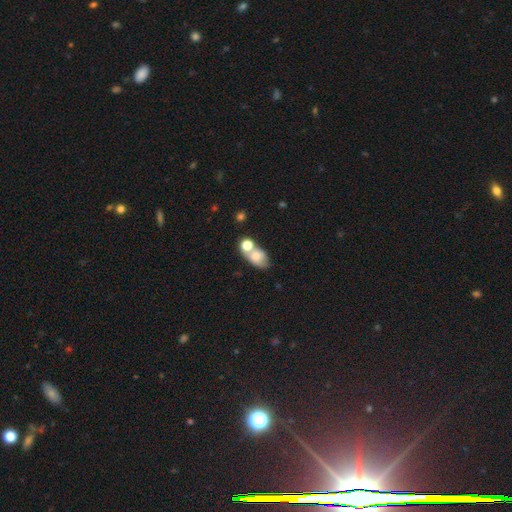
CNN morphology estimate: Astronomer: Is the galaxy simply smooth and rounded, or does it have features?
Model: smooth — 68%.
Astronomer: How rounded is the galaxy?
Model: in between — 81%.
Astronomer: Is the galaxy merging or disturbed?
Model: merger — 43% (runner-up: none, 36%).